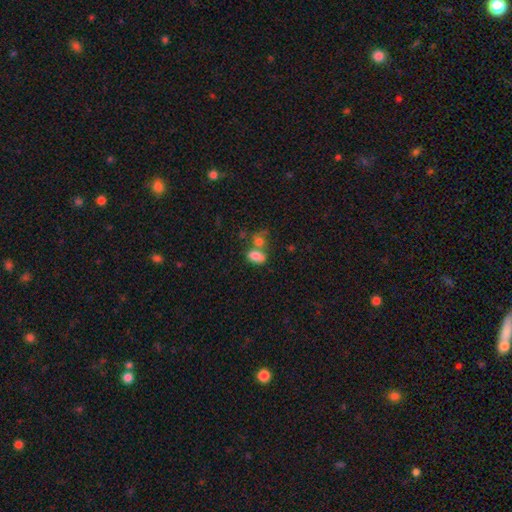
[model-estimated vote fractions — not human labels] This is likely a smooth galaxy (77%). How rounded: likely in between (80%). Merging: possibly merger (50%).